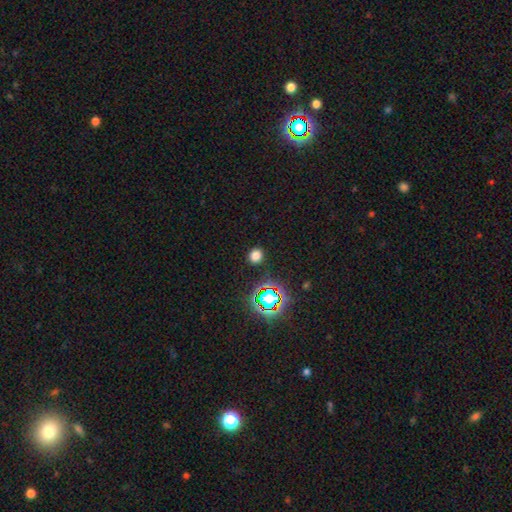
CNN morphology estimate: Overall: smooth (72%). How rounded: round (78%). Merging: none (89%).